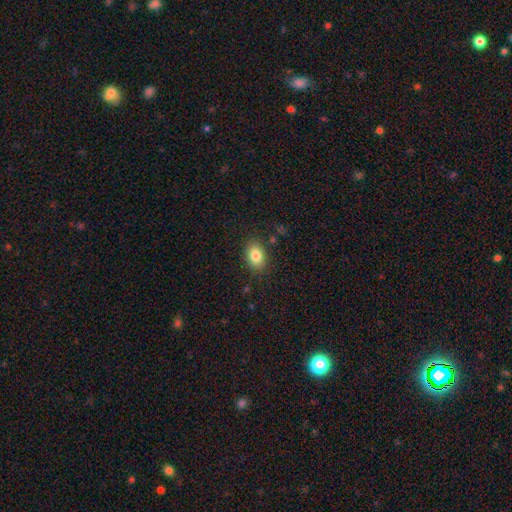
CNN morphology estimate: A smooth galaxy with no disk features (83%) that is in between round and cigar-shaped (80%).

Vote fractions:
- Smooth or featured? smooth: 83% / star or artifact: 9% / featured or disk: 8%
- How rounded? in between: 80% / round: 19% / cigar-shaped: 1%
- Merging? none: 85% / minor disturbance: 10% / major disturbance: 3% / merger: 2%